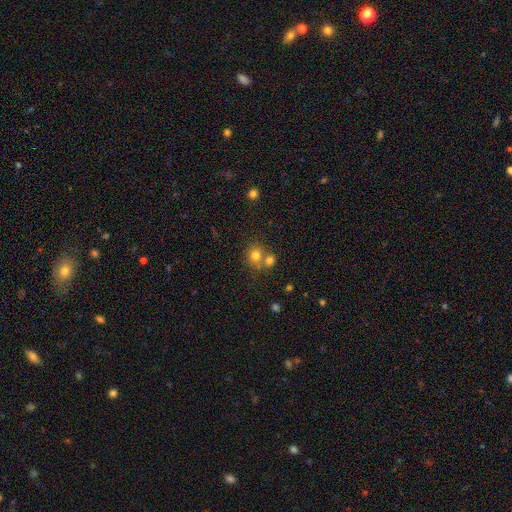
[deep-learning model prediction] This appears to be a smooth galaxy with no disk features (77%) that is round (81%). Merging: none (50%).